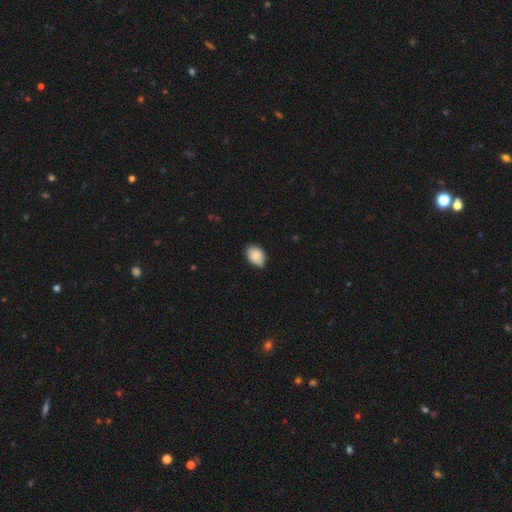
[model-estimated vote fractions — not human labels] Smooth or featured?
  - smooth: 88% *
  - star or artifact: 7%
  - featured or disk: 5%
How rounded?
  - in between: 82% *
  - round: 16%
  - cigar-shaped: 1%
Merging?
  - none: 74% *
  - minor disturbance: 23%
  - major disturbance: 3%
  - merger: 1%